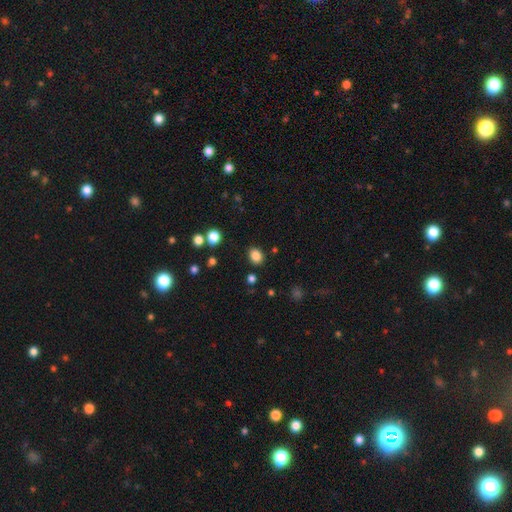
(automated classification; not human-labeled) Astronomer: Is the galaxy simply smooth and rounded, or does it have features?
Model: smooth — 84%.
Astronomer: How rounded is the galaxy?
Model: in between — 55% (runner-up: round, 44%).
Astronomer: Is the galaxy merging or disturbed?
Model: none — 86%.